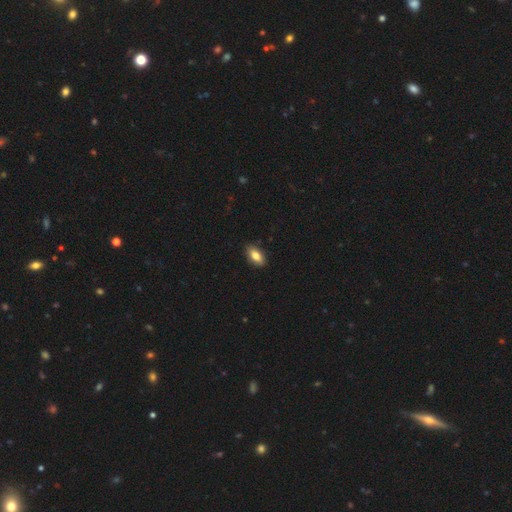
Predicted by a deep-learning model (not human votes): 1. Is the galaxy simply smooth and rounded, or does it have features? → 81% smooth, 12% featured or disk, 7% star or artifact.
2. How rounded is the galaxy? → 90% in between, 6% cigar-shaped, 4% round.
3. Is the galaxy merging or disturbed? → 87% none, 10% minor disturbance, 2% major disturbance, 1% merger.